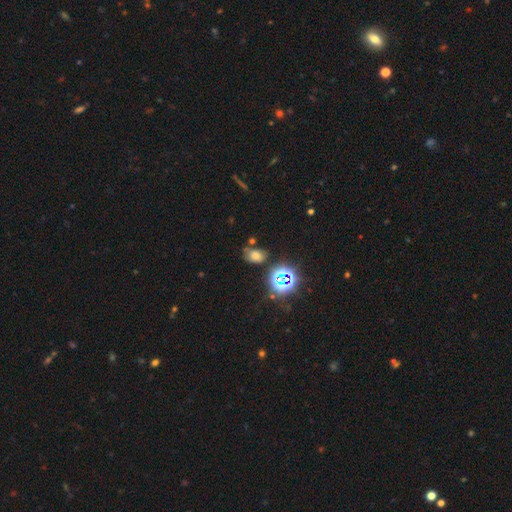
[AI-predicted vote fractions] This is likely a smooth galaxy (62%). How rounded: likely in between (71%). Merging: likely none (64%).